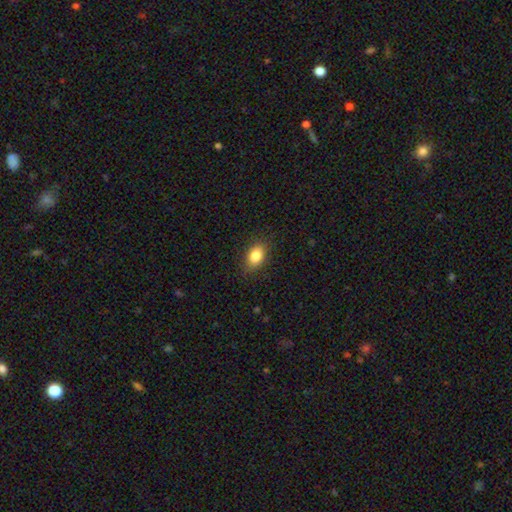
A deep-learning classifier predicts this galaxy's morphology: Q: Smooth or featured?
A: smooth (85%); runner-up: star or artifact (9%)
Q: How rounded?
A: in between (82%); runner-up: round (16%)
Q: Merging?
A: none (85%); runner-up: minor disturbance (11%)